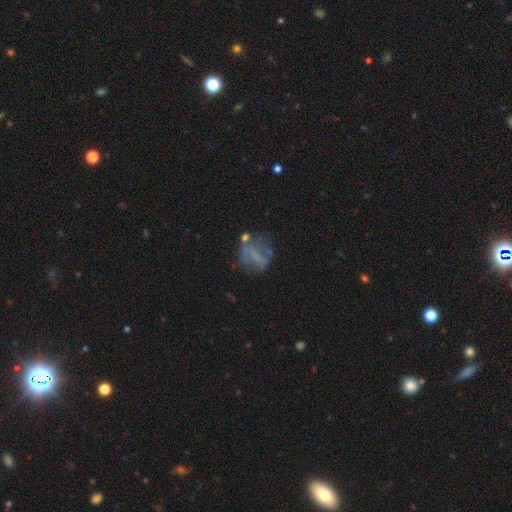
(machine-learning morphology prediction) Smooth or featured? featured or disk (50%)
Edge-on disk? no (95%)
Merging? none (45%)